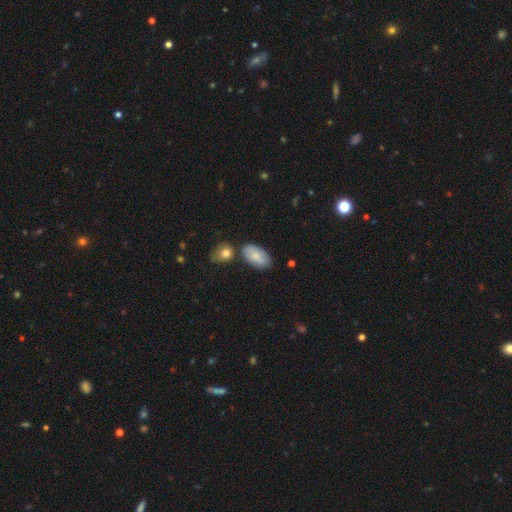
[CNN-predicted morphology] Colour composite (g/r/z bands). It shows a smooth galaxy with no disk features (77%) that is in between round and cigar-shaped (94%). Merging: none (68%).